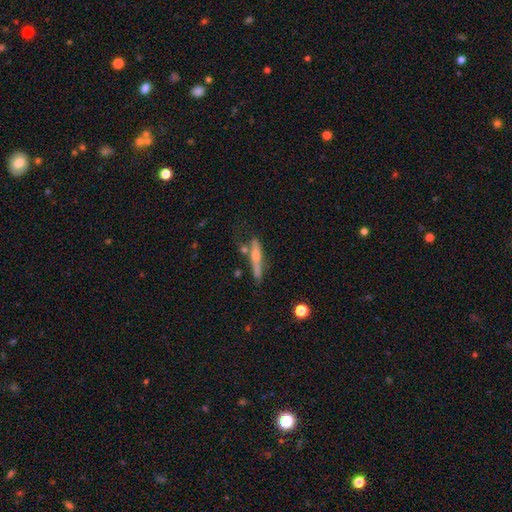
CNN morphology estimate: Overall: featured or disk (63%; smooth 30%). Edge-on disk: yes (92%). Edge-on bulge: rounded (83%). Merging: none (61%).